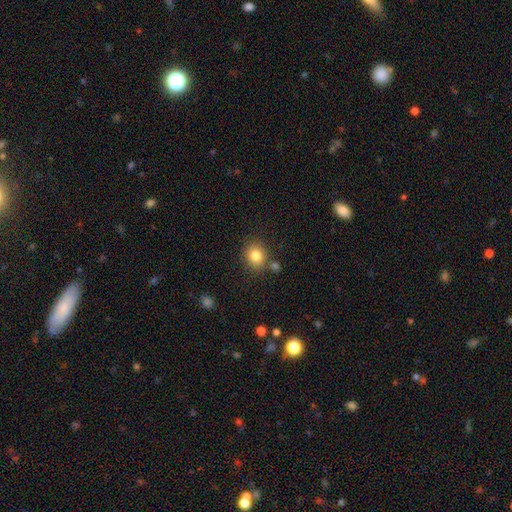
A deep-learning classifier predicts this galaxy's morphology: Overall: smooth (82%). How rounded: round (71%). Merging: none (79%).